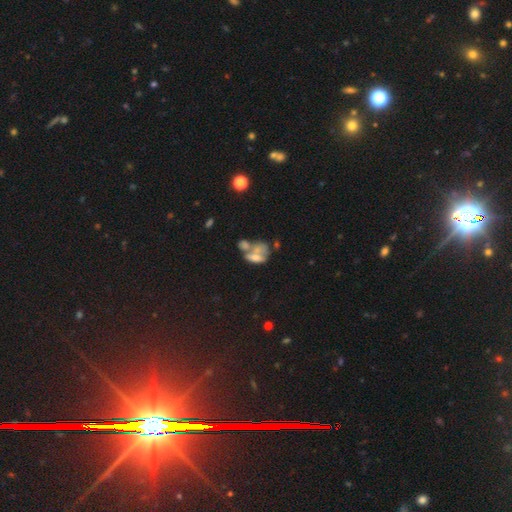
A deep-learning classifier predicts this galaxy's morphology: This is possibly a smooth galaxy (48%). Merging: likely merger (61%).